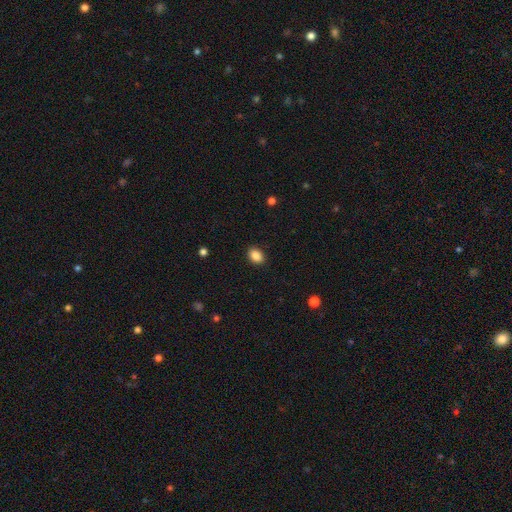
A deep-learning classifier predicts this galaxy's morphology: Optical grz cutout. It shows a smooth galaxy with no disk features (88%) that is in between round and cigar-shaped (67%). Merging: none (90%).